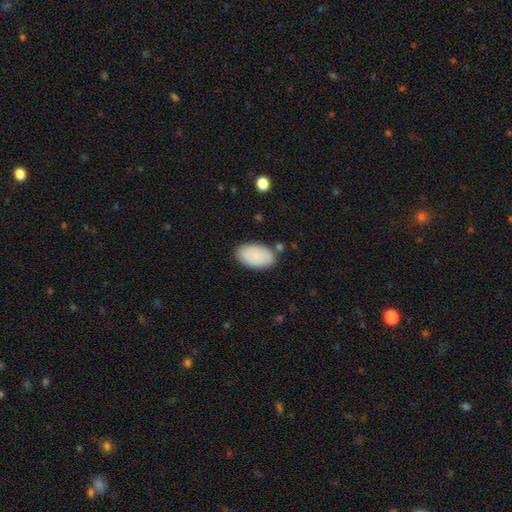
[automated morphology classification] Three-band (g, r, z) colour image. It shows a smooth galaxy with no disk features (88%) that is in between round and cigar-shaped (95%). Merging: none (81%).